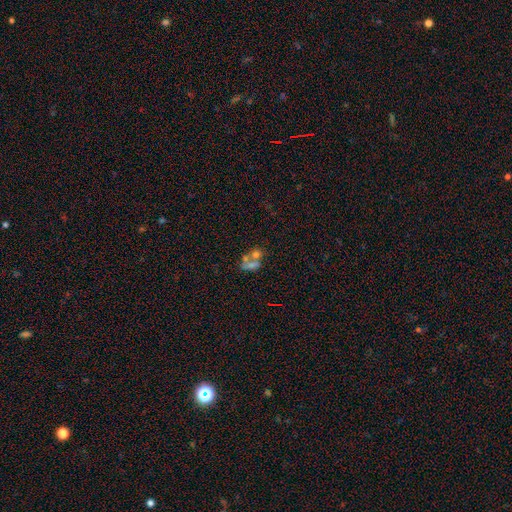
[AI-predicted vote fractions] smooth_or_featured: smooth (p=0.43) [alt: featured or disk p=0.33]
merging: merger (p=0.55) [alt: none p=0.26]